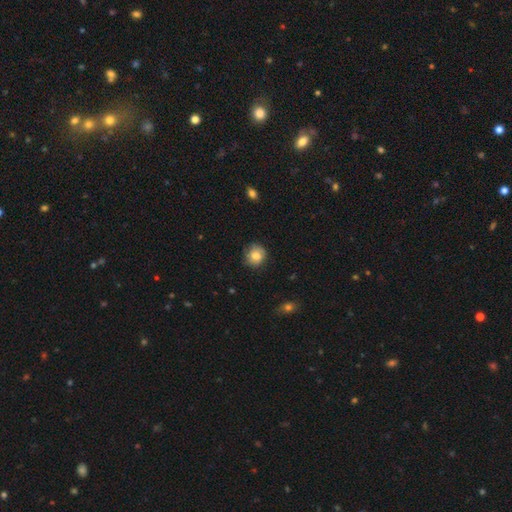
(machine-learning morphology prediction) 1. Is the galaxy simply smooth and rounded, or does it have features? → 73% smooth, 18% featured or disk, 9% star or artifact.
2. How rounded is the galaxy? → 81% round, 18% in between, 1% cigar-shaped.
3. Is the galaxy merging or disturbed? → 77% none, 18% minor disturbance, 4% major disturbance, 1% merger.